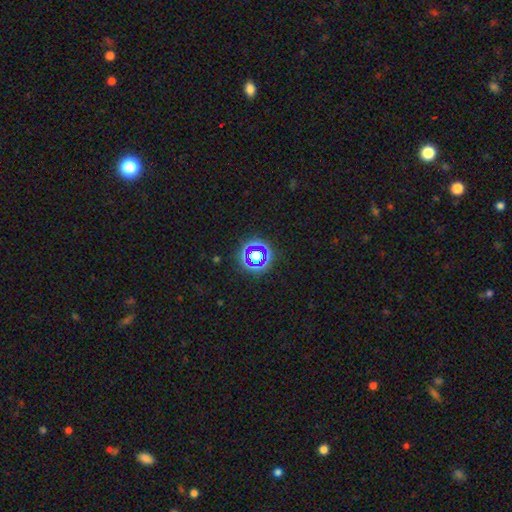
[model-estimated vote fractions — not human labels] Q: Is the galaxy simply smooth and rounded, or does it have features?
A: star or artifact — 58%.